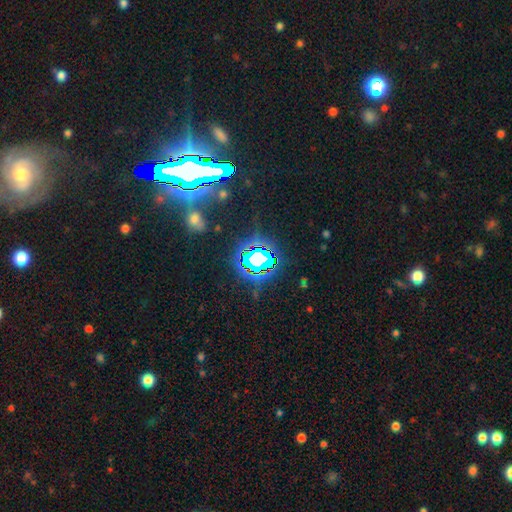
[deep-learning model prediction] Smooth or featured?
  - star or artifact: 80% *
  - featured or disk: 10%
  - smooth: 10%